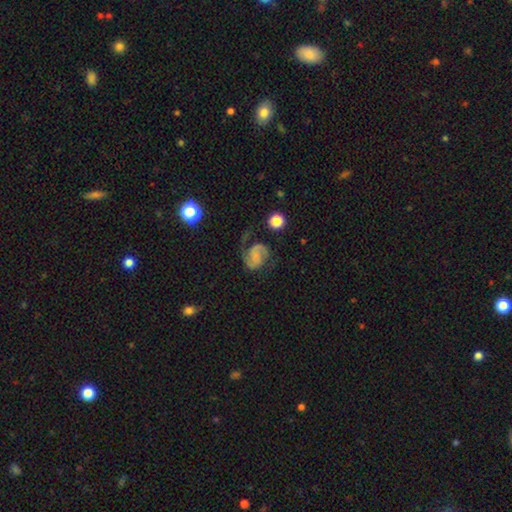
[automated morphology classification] Overall: featured or disk (80%). Edge-on disk: no (98%). Bar: no (60%; weak 32%). Spiral arms: yes (96%). Spiral arm count: 2 (89%). Spiral winding: medium (52%; loose 27%). Bulge size: none (48%; small 37%). Merging: none (63%).